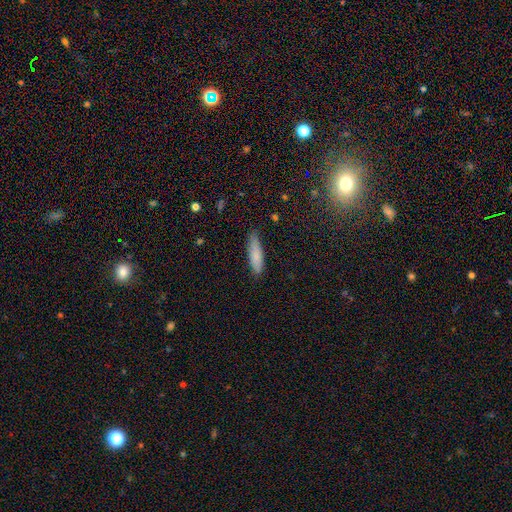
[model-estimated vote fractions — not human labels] smooth_or_featured: smooth (p=0.81) [alt: featured or disk p=0.12]
how_rounded: cigar-shaped (p=0.70) [alt: in between p=0.28]
merging: none (p=0.80) [alt: minor disturbance p=0.16]